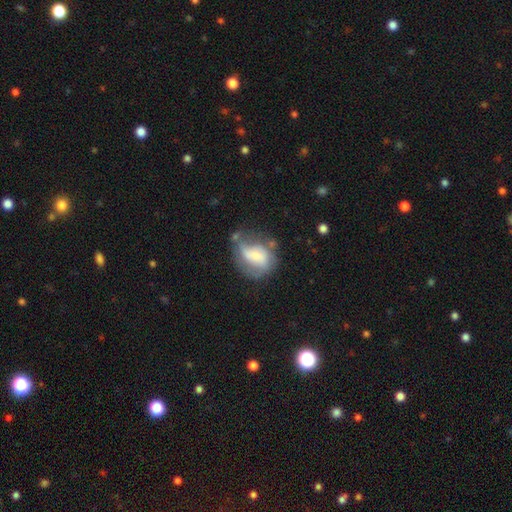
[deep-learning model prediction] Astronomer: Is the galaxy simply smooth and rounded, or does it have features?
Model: featured or disk — 53% (runner-up: smooth, 39%).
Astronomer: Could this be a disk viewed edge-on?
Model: no — 97%.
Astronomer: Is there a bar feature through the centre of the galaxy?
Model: no — 51% (runner-up: weak, 35%).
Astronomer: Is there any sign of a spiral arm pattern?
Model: yes — 69%.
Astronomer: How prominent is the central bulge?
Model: small — 45% (runner-up: moderate, 33%).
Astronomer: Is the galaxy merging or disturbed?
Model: none — 37% (runner-up: minor disturbance, 28%).